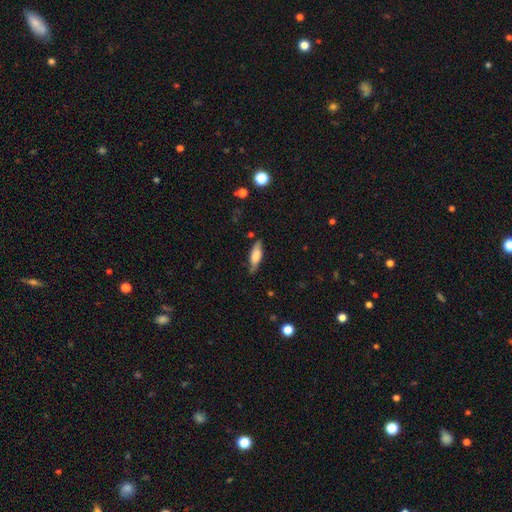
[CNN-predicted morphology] This is likely a smooth galaxy (63%). How rounded: possibly in between (53%). Merging: likely none (77%).